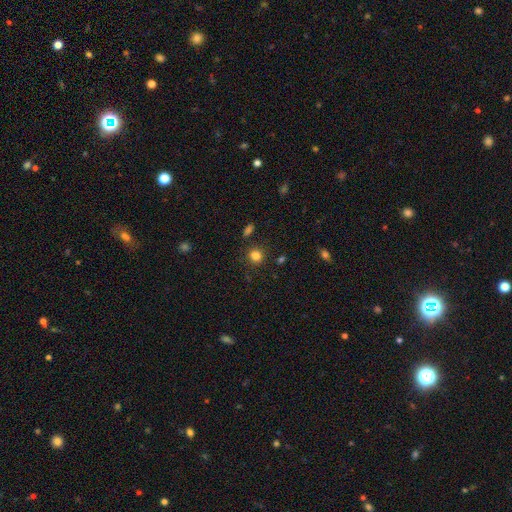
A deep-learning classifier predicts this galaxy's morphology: A smooth galaxy with no disk features (83%) that is round (81%).

Vote fractions:
- Smooth or featured? smooth: 83% / star or artifact: 13% / featured or disk: 4%
- How rounded? round: 81% / in between: 18% / cigar-shaped: 1%
- Merging? none: 84% / minor disturbance: 9% / major disturbance: 3% / merger: 3%